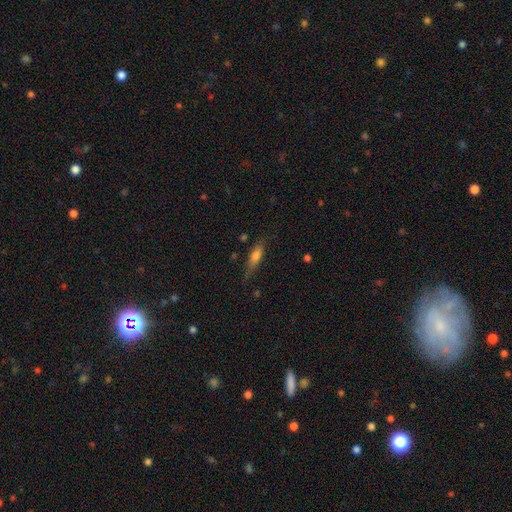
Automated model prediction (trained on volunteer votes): smooth 59%, featured or disk 32%, star or artifact 9%. Down the decision tree: how rounded — cigar-shaped (59%); merging — none (63%).